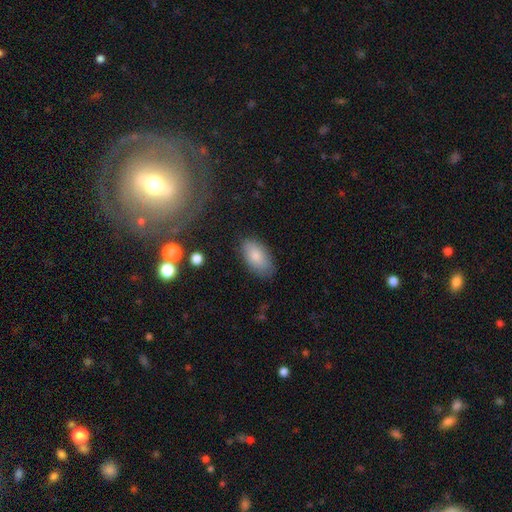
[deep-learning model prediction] Smooth or featured? smooth (83%)
How rounded? in between (94%)
Merging? none (80%)